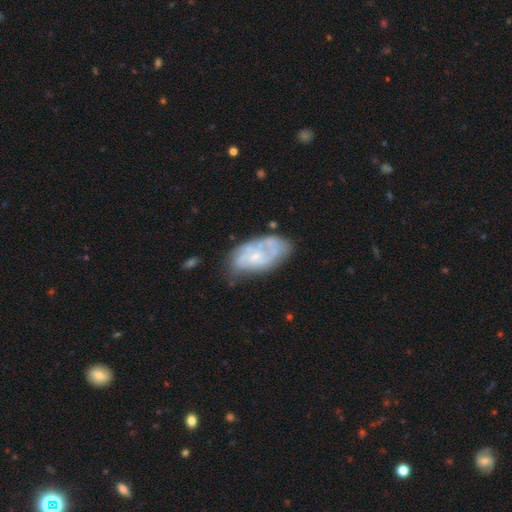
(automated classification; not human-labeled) smooth-or-featured: featured or disk: 65% | smooth: 28% | star or artifact: 7%
  disk-edge-on: no: 95% | yes: 5%
    bar: no: 74% | weak: 23% | strong: 4%
    has-spiral-arms: yes: 68% | no: 32%
    bulge-size: small: 56% | moderate: 27% | none: 13% | large: 2% | dominant: 1%
  merging: none: 58% | minor disturbance: 27% | major disturbance: 11% | merger: 4%